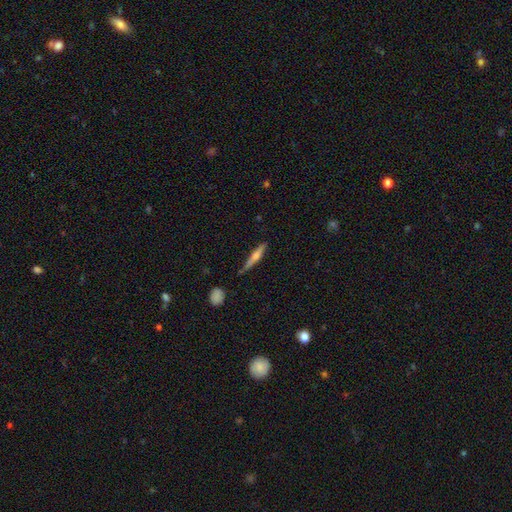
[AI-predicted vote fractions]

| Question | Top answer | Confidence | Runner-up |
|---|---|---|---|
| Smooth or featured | featured or disk | 61% | smooth (32%) |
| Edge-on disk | yes | 96% | no (4%) |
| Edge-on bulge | rounded | 85% | none (8%) |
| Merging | none | 79% | minor disturbance (15%) |